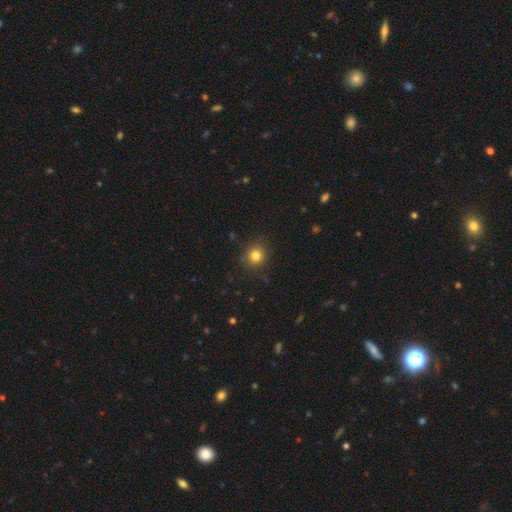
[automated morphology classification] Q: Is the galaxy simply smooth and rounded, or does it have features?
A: smooth — 81%.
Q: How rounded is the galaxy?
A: round — 90%.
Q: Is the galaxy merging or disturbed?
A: none — 86%.